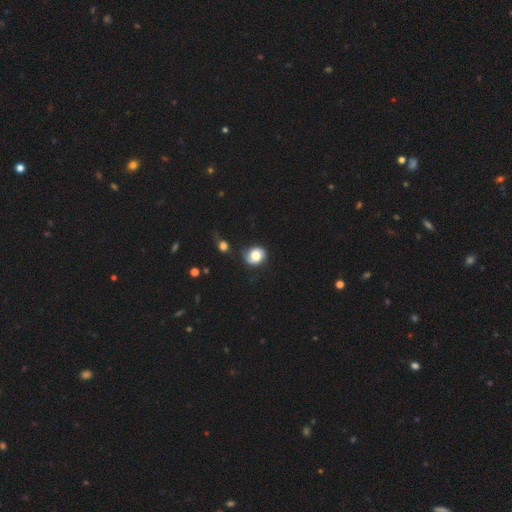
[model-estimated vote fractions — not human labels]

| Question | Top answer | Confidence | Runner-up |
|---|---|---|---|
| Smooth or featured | smooth | 64% | featured or disk (27%) |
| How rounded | round | 64% | in between (35%) |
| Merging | none | 60% | minor disturbance (25%) |